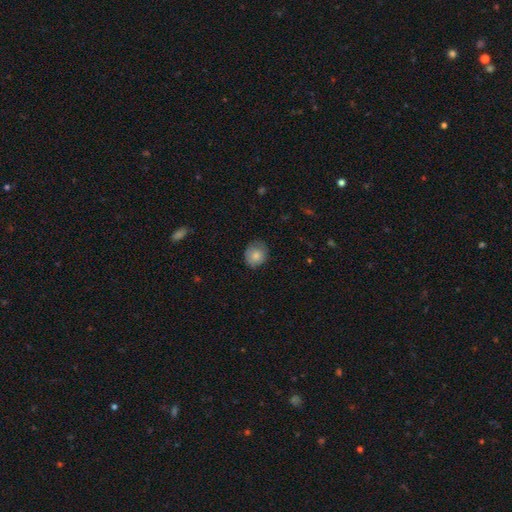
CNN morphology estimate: A smooth galaxy with no disk features (81%) that is round (70%).

Vote fractions:
- Smooth or featured? smooth: 81% / featured or disk: 11% / star or artifact: 8%
- How rounded? round: 70% / in between: 29% / cigar-shaped: 1%
- Merging? none: 72% / minor disturbance: 22% / major disturbance: 5% / merger: 1%